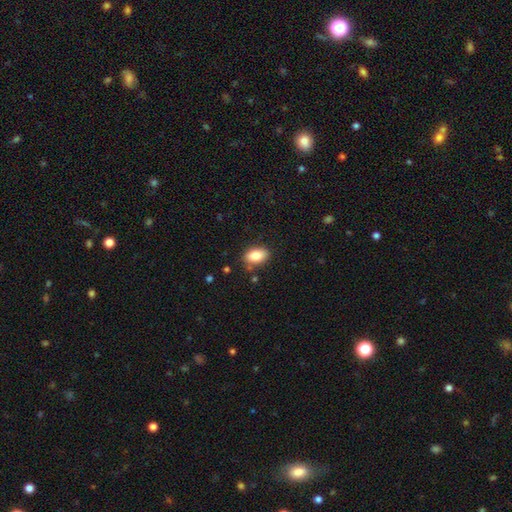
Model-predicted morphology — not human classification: Q: Smooth or featured?
A: smooth (83%); runner-up: featured or disk (10%)
Q: How rounded?
A: in between (89%); runner-up: round (9%)
Q: Merging?
A: none (82%); runner-up: minor disturbance (12%)